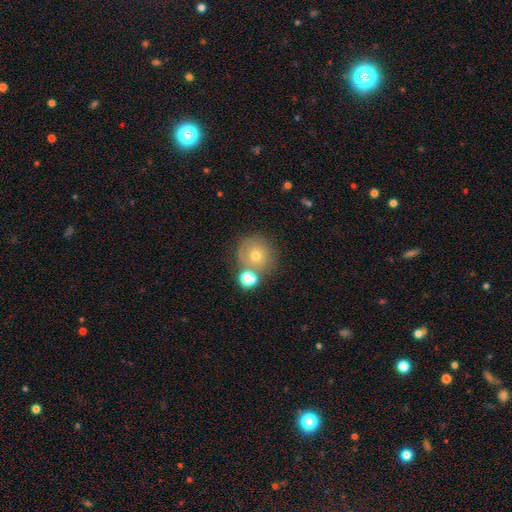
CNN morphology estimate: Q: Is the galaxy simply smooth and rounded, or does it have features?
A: smooth — 62%.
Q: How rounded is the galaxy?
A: round — 90%.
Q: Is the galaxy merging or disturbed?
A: none — 60%.